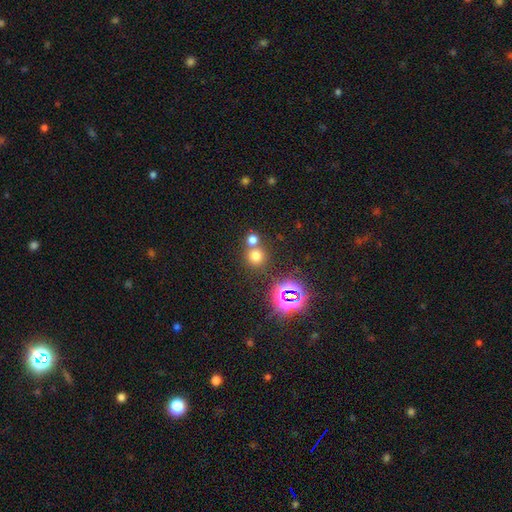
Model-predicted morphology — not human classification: smooth-or-featured: smooth: 67% | star or artifact: 26% | featured or disk: 7%
  how-rounded: round: 91% | in between: 8% | cigar-shaped: 1%
  merging: none: 62% | merger: 29% | minor disturbance: 6% | major disturbance: 3%